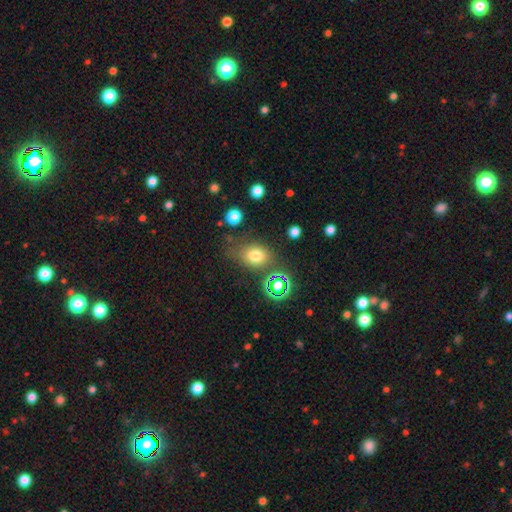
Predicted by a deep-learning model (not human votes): Smooth or featured? Predicted: smooth (p=0.73). How rounded? Predicted: in between (p=0.59). Merging? Predicted: none (p=0.65).